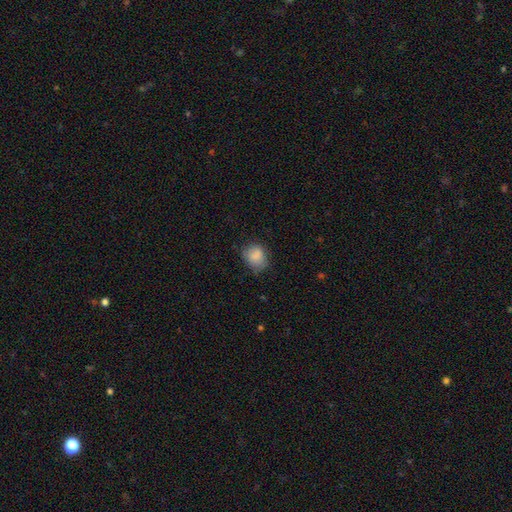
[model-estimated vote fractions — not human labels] smooth-or-featured: smooth: 84% | star or artifact: 9% | featured or disk: 7%
  how-rounded: round: 60% | in between: 39% | cigar-shaped: 1%
  merging: none: 63% | minor disturbance: 28% | major disturbance: 8% | merger: 1%